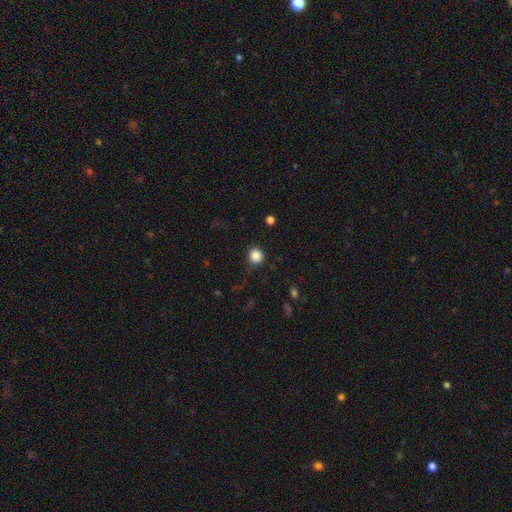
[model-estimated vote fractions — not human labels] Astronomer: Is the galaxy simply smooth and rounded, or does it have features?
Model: smooth — 86%.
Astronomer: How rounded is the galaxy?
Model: round — 92%.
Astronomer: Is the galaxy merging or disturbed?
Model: none — 87%.